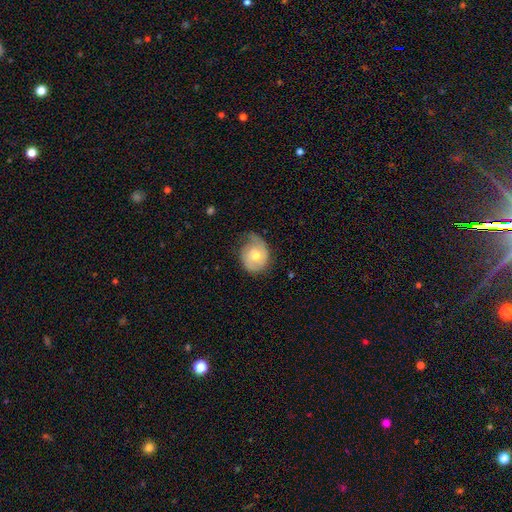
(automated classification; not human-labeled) smooth_or_featured: featured or disk (p=0.50) [alt: smooth p=0.43]
disk_edge_on: no (p=0.97) [alt: yes p=0.03]
merging: none (p=0.48) [alt: minor disturbance p=0.35]